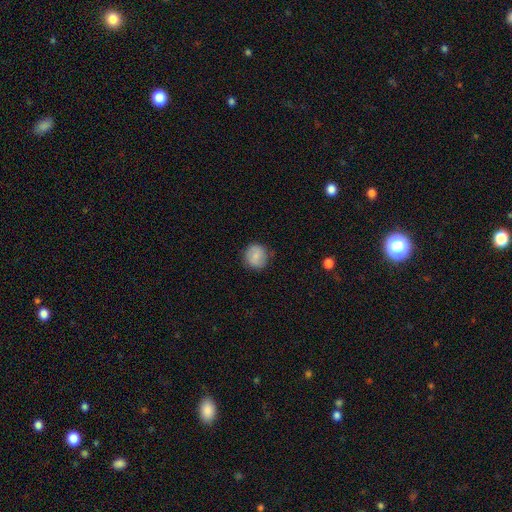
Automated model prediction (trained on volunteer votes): A smooth galaxy with no disk features (73%) that is round (88%). Merging: none (83%).